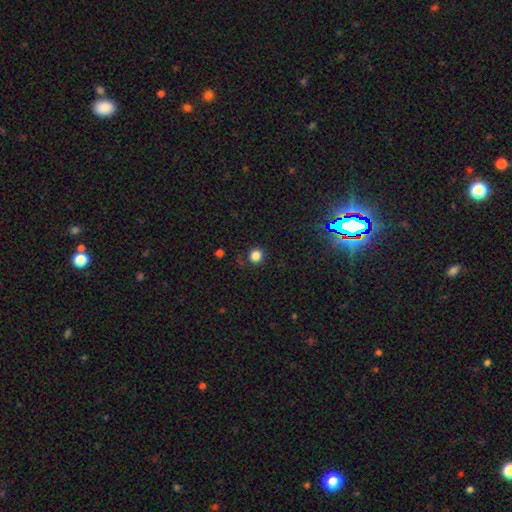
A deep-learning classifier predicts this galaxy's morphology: This appears to be a smooth galaxy with no disk features (82%) that is round (93%). Merging: none (86%).